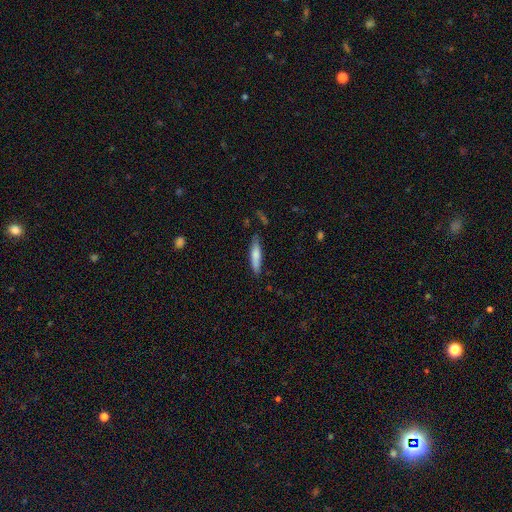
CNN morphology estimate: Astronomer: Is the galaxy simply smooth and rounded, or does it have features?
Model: smooth — 73%.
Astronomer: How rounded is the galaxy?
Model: cigar-shaped — 82%.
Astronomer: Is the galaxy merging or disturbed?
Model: none — 78%.